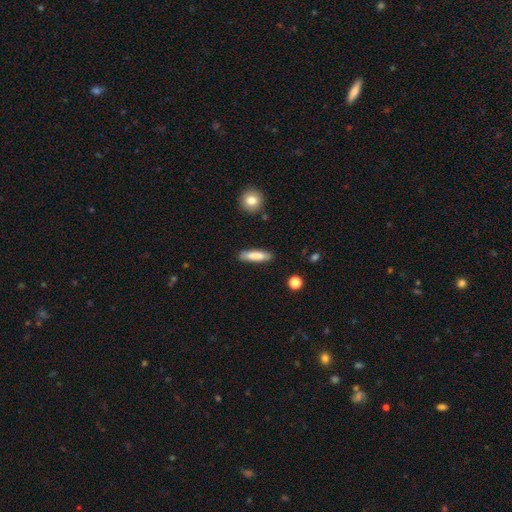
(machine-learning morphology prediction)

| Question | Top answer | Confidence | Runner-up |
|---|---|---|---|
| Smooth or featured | smooth | 83% | featured or disk (11%) |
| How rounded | cigar-shaped | 72% | in between (26%) |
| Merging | none | 85% | minor disturbance (11%) |